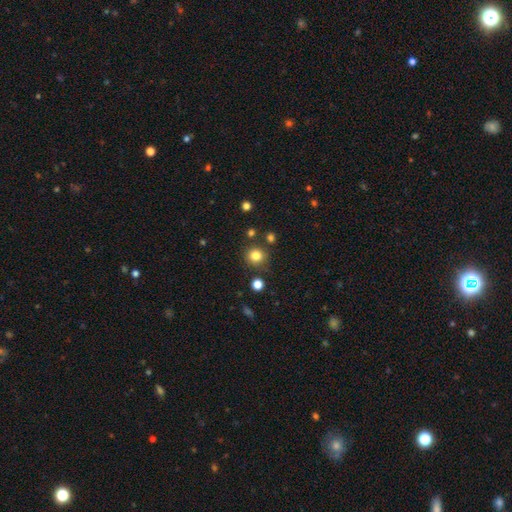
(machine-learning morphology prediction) smooth-or-featured: smooth: 81% | star or artifact: 13% | featured or disk: 6%
  how-rounded: round: 91% | in between: 9% | cigar-shaped: 1%
  merging: none: 84% | minor disturbance: 9% | merger: 5% | major disturbance: 3%